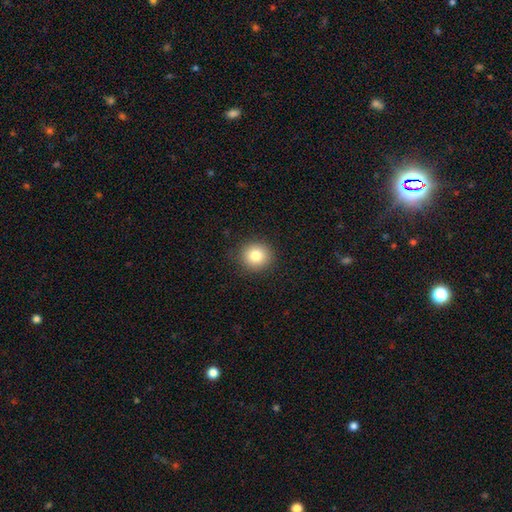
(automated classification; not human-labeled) Q: Smooth or featured?
A: smooth (82%); runner-up: star or artifact (10%)
Q: How rounded?
A: round (90%); runner-up: in between (10%)
Q: Merging?
A: none (89%); runner-up: minor disturbance (8%)